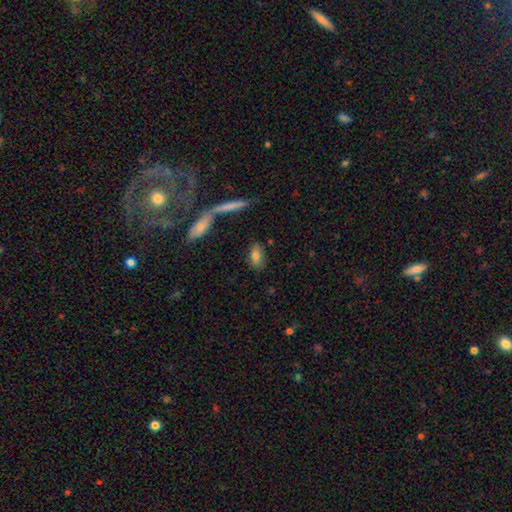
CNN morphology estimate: smooth-or-featured: smooth: 76% | featured or disk: 16% | star or artifact: 8%
  how-rounded: in between: 84% | cigar-shaped: 11% | round: 5%
  merging: none: 75% | minor disturbance: 13% | merger: 7% | major disturbance: 4%